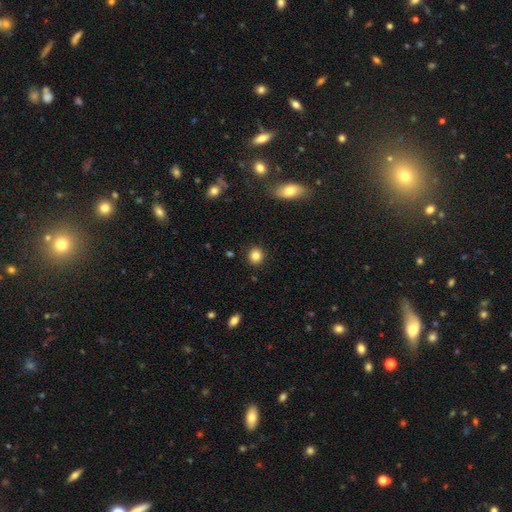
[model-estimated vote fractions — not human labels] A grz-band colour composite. It shows a smooth galaxy with no disk features (84%) that is round (84%). Merging: none (91%).